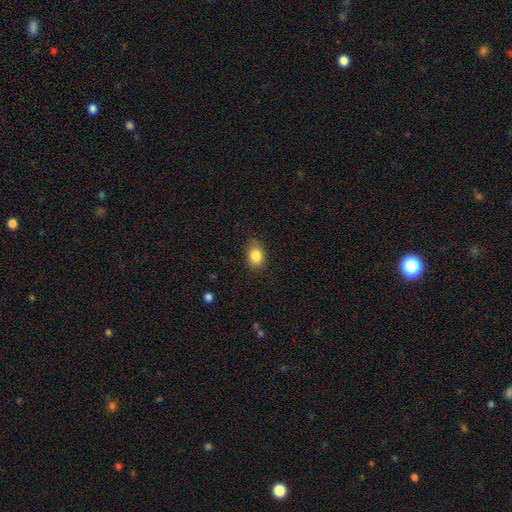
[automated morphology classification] type=smooth (85%); roundness=in between (64%); merging=none (74%).